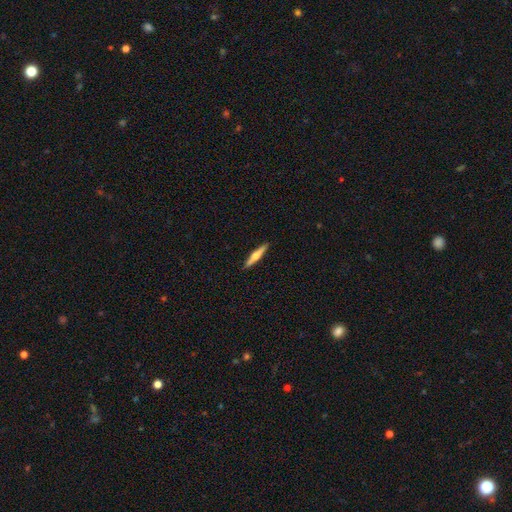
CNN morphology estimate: smooth_or_featured: featured or disk (p=0.52) [alt: smooth p=0.42]
disk_edge_on: yes (p=0.97) [alt: no p=0.03]
edge_on_bulge: rounded (p=0.82) [alt: none p=0.10]
merging: none (p=0.91) [alt: minor disturbance p=0.06]